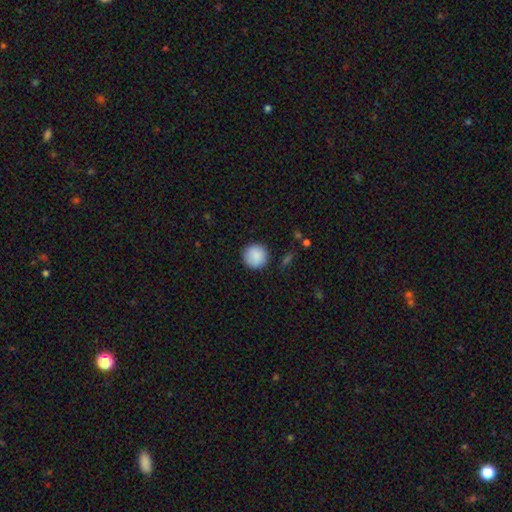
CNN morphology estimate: This appears to be a smooth galaxy with no disk features (89%) that is round (95%). Merging: none (89%).